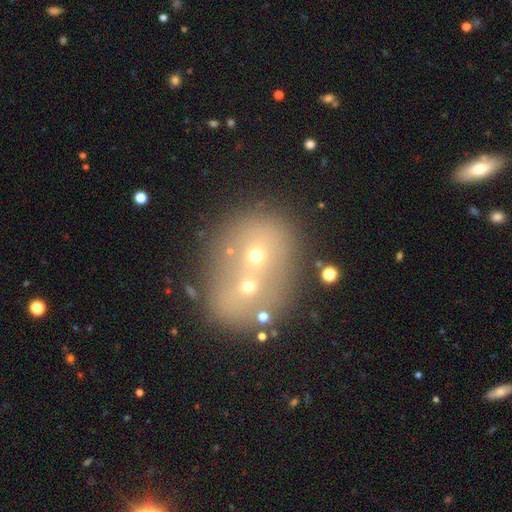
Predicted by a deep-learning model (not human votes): The model was most divided on "smooth or featured": smooth: 44%, featured or disk: 28%, star or artifact: 27%. More confident: merging — merger (65%).